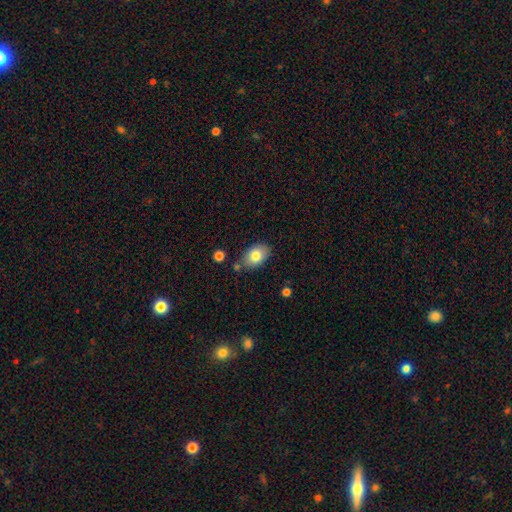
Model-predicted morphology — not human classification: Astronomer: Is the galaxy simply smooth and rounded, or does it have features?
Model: smooth — 81%.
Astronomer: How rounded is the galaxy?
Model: in between — 85%.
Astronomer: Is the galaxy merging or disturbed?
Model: none — 74%.